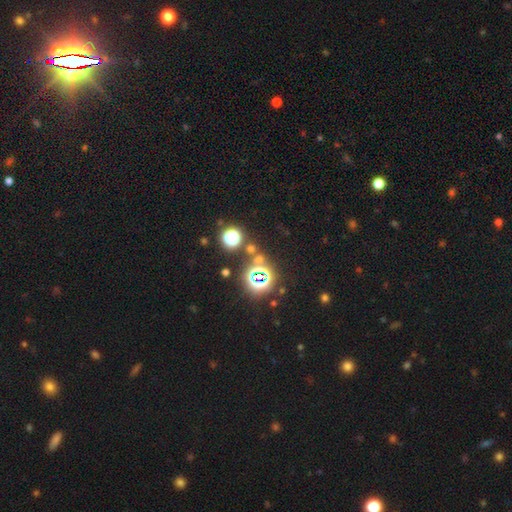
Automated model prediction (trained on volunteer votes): Smooth or featured? star or artifact (73%)